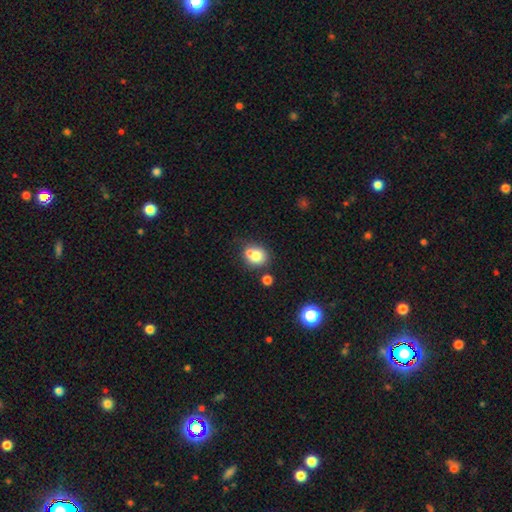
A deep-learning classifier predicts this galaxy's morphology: smooth 74%, featured or disk 15%, star or artifact 11%. Down the decision tree: how rounded — round (76%); merging — none (48%).